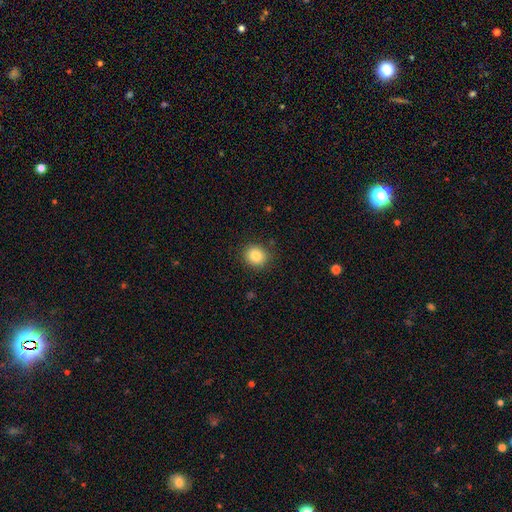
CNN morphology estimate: type=smooth (84%); roundness=round (83%); merging=none (88%).